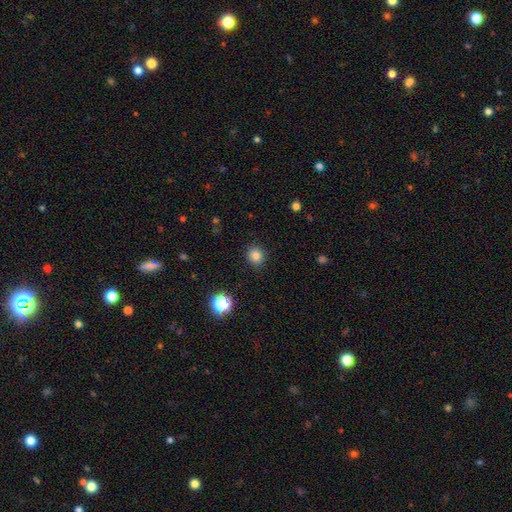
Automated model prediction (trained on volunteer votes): Morphology: type=smooth (81%); roundness=round (84%); merging=none (90%).